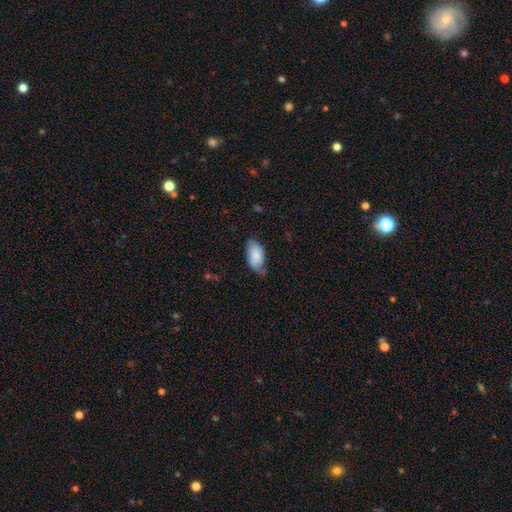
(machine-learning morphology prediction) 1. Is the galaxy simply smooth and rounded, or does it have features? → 82% smooth, 11% featured or disk, 6% star or artifact.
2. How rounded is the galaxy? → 95% in between, 3% cigar-shaped, 2% round.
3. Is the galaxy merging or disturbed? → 57% none, 34% minor disturbance, 7% major disturbance, 2% merger.